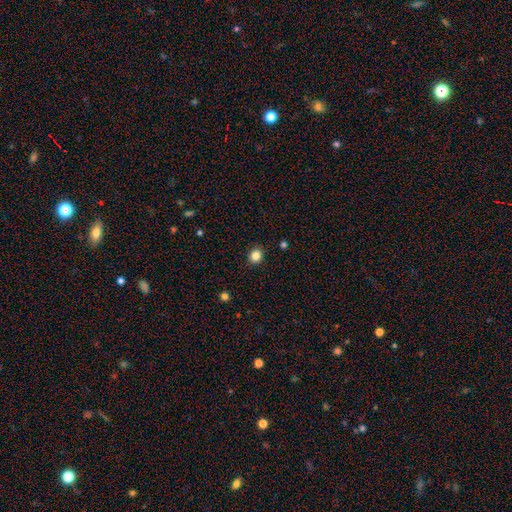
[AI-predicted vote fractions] smooth 84%, star or artifact 11%, featured or disk 5%. Down the decision tree: how rounded — round (71%); merging — none (90%).